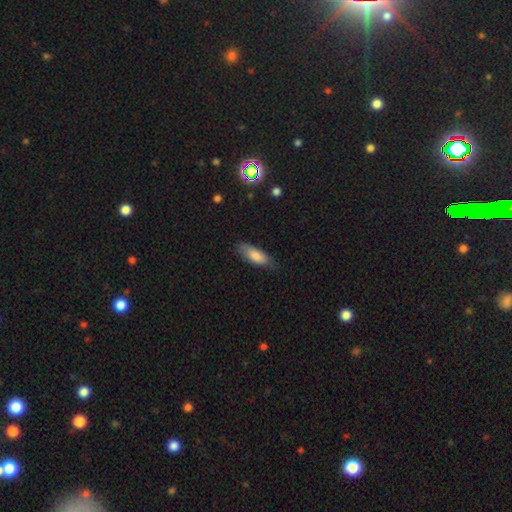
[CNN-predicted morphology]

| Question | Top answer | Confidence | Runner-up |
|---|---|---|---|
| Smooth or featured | smooth | 80% | featured or disk (13%) |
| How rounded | in between | 67% | cigar-shaped (31%) |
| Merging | none | 75% | minor disturbance (20%) |